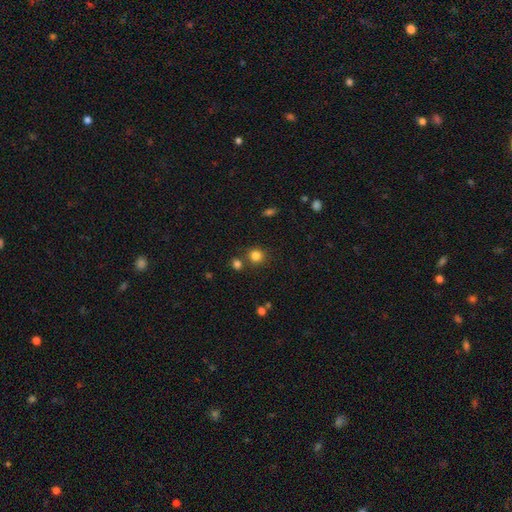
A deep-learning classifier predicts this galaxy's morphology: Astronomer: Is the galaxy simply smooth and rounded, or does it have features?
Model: smooth — 81%.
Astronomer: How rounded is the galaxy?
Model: round — 89%.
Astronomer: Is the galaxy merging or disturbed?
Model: none — 77%.